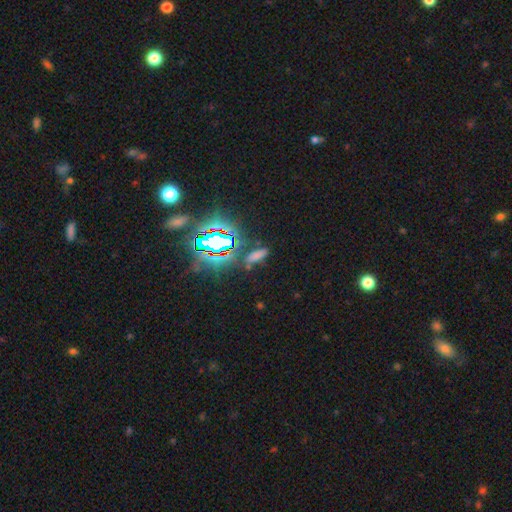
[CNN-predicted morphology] smooth_or_featured: smooth (p=0.53) [alt: star or artifact p=0.37]
how_rounded: in between (p=0.60) [alt: cigar-shaped p=0.34]
merging: none (p=0.72) [alt: minor disturbance p=0.15]